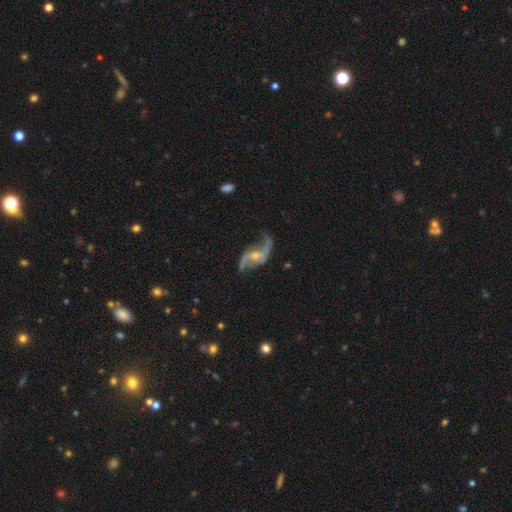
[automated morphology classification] type=featured or disk (89%); edge-on=no (96%); bar=no (51%); spiral arms=yes (96%); winding=loose (83%); arm count=2 (93%); bulge=small (55%); merging=none (70%).